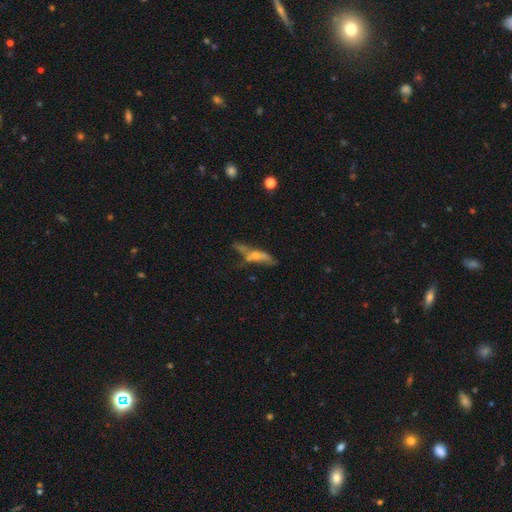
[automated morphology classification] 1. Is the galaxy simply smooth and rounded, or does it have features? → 51% featured or disk, 39% smooth, 11% star or artifact.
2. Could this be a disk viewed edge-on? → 56% no, 44% yes.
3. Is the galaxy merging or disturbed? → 33% none, 25% merger, 23% major disturbance, 20% minor disturbance.